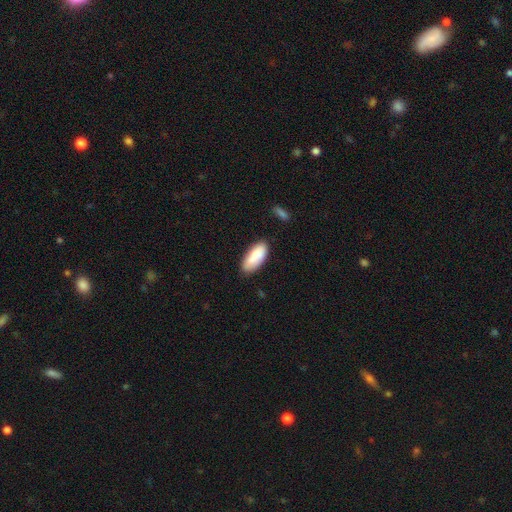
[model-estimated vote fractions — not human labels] Smooth or featured?
  - smooth: 84% *
  - featured or disk: 10%
  - star or artifact: 6%
How rounded?
  - in between: 82% *
  - cigar-shaped: 16%
  - round: 2%
Merging?
  - none: 77% *
  - minor disturbance: 18%
  - major disturbance: 3%
  - merger: 2%